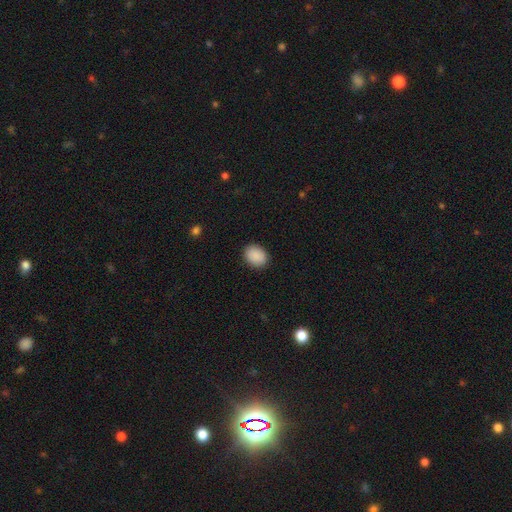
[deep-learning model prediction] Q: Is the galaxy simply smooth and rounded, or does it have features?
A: smooth — 90%.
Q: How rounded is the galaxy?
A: in between — 58%.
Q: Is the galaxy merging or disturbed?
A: none — 89%.